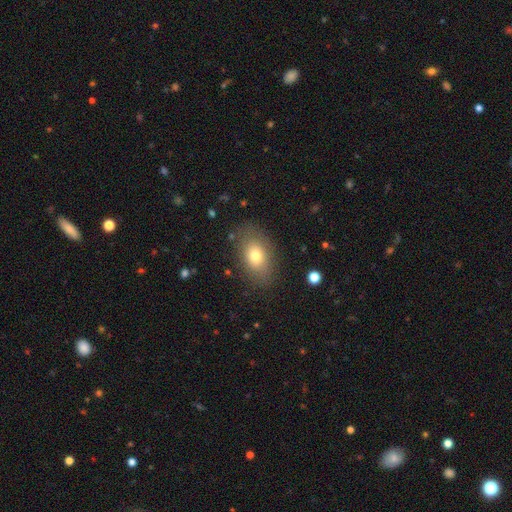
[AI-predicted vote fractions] Smooth or featured?
  - smooth: 74% *
  - featured or disk: 16%
  - star or artifact: 10%
How rounded?
  - in between: 84% *
  - round: 14%
  - cigar-shaped: 2%
Merging?
  - none: 81% *
  - minor disturbance: 12%
  - major disturbance: 5%
  - merger: 2%